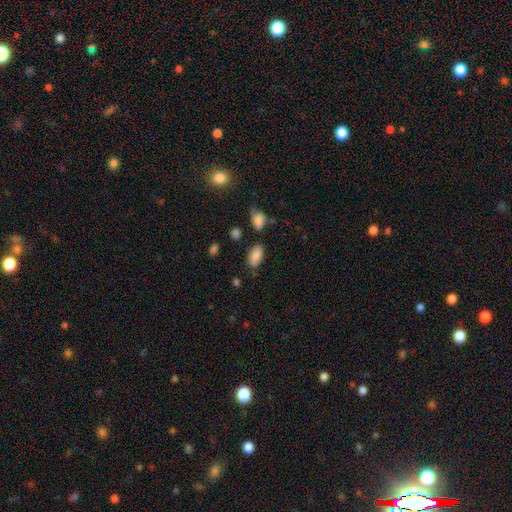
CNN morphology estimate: Overall: smooth (86%). How rounded: in between (92%). Merging: none (73%).